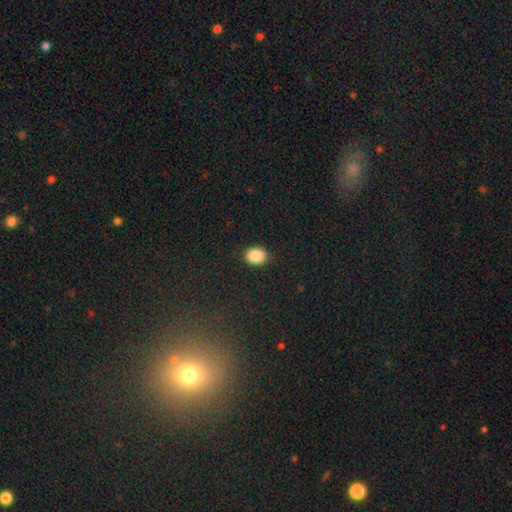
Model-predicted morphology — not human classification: smooth_or_featured: smooth (p=0.88) [alt: star or artifact p=0.08]
how_rounded: in between (p=0.63) [alt: round p=0.36]
merging: none (p=0.89) [alt: minor disturbance p=0.08]